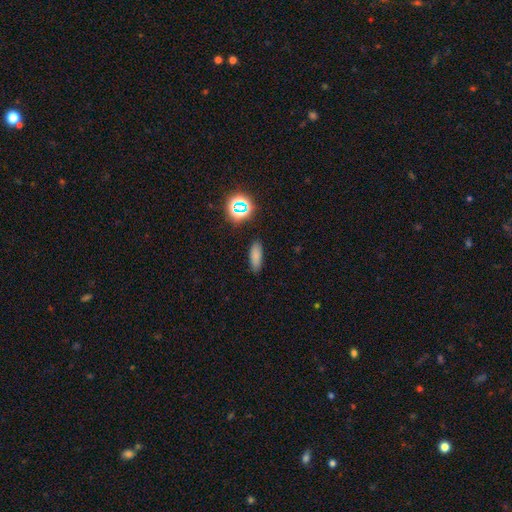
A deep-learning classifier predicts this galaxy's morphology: The model was most divided on "how rounded": in between: 67%, cigar-shaped: 29%, round: 4%. More confident: merging — none (85%); smooth or featured — smooth (77%).